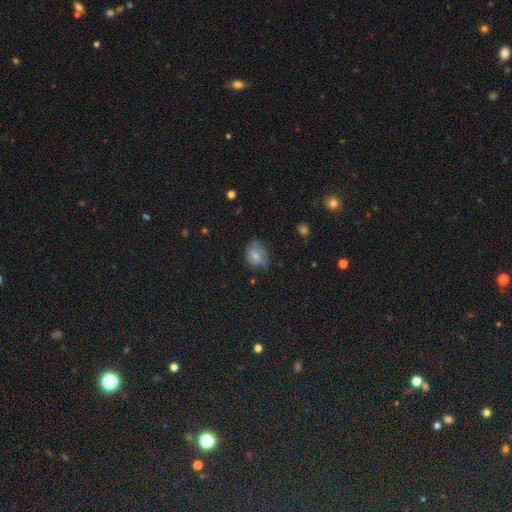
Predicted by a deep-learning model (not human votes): smooth_or_featured: smooth (p=0.66) [alt: featured or disk p=0.21]
how_rounded: round (p=0.52) [alt: in between p=0.46]
merging: none (p=0.55) [alt: minor disturbance p=0.30]